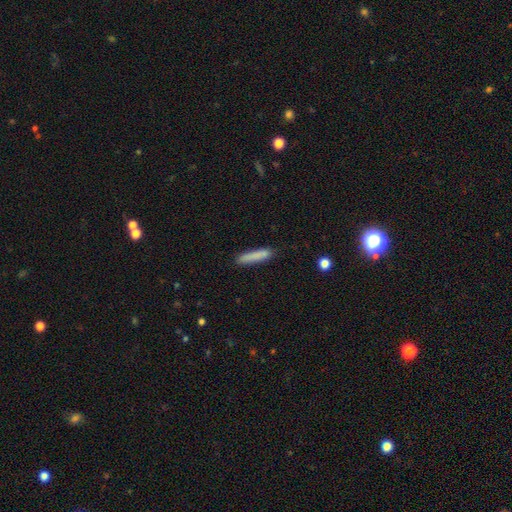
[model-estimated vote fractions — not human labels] The model was most divided on "smooth or featured": smooth: 83%, featured or disk: 10%, star or artifact: 7%. More confident: how rounded — cigar-shaped (92%); merging — none (84%).